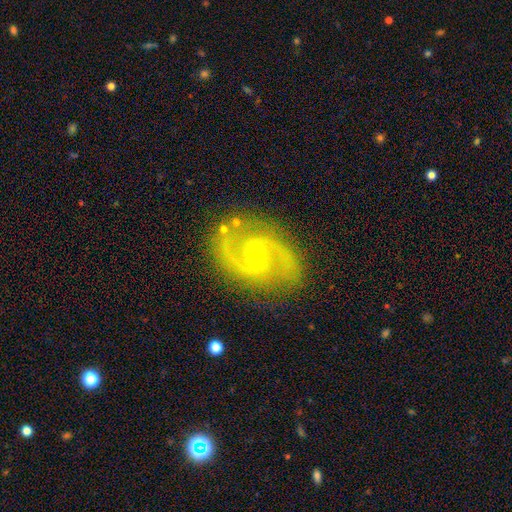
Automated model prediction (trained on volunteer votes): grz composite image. It shows a featured or disk galaxy (91%) with no bar (52%), 2 (93%) medium (61%) spiral arms (98%) and a small central bulge (75%). Merging: none (83%).